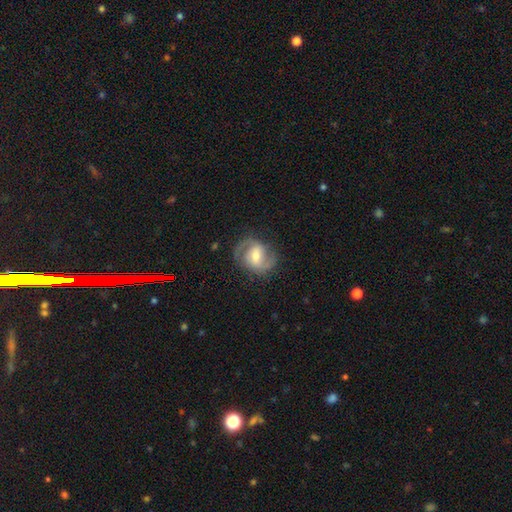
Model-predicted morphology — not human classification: Smooth or featured? featured or disk (79%)
Edge-on disk? no (97%)
Bar? weak (49%)
Spiral arms? yes (93%)
Spiral winding? medium (53%)
Spiral arm count? 2 (88%)
Bulge size? moderate (59%)
Merging? none (77%)